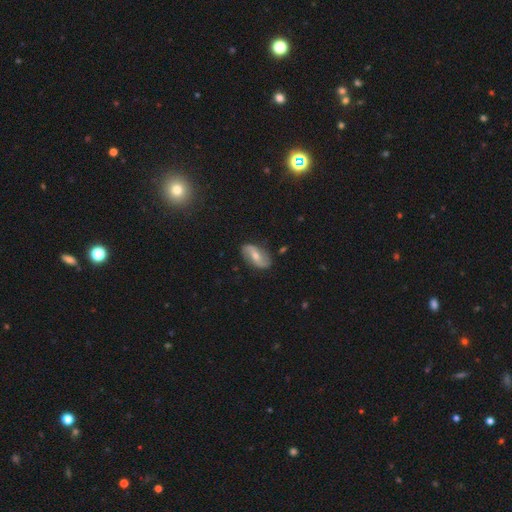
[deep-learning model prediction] smooth_or_featured: featured or disk (p=0.69) [alt: smooth p=0.24]
disk_edge_on: no (p=0.94) [alt: yes p=0.06]
bar: weak (p=0.40) [alt: no p=0.34]
has_spiral_arms: yes (p=0.90) [alt: no p=0.10]
spiral_winding: loose (p=0.63) [alt: medium p=0.25]
spiral_arm_count: 2 (p=0.91) [alt: can't tell p=0.04]
bulge_size: moderate (p=0.54) [alt: small p=0.39]
merging: none (p=0.82) [alt: minor disturbance p=0.13]